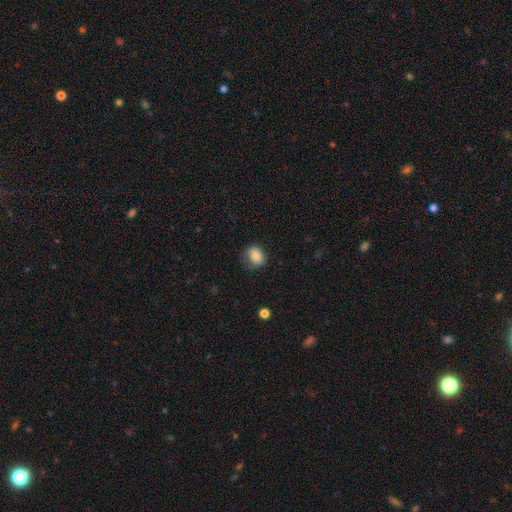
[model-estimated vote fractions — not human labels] smooth_or_featured: smooth (p=0.80) [alt: featured or disk p=0.11]
how_rounded: round (p=0.53) [alt: in between p=0.46]
merging: none (p=0.66) [alt: minor disturbance p=0.24]